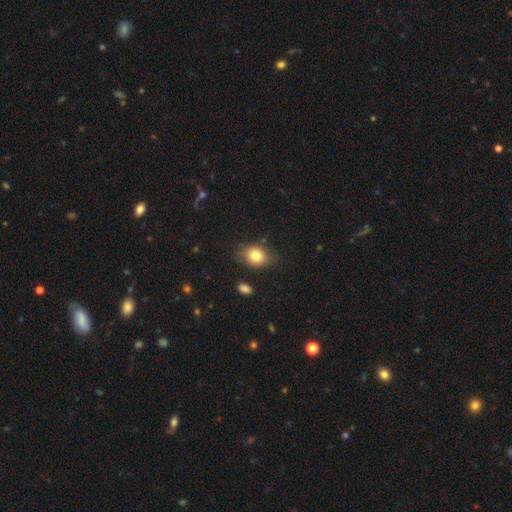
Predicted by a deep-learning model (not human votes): Q: Smooth or featured?
A: smooth (80%); runner-up: featured or disk (10%)
Q: How rounded?
A: in between (58%); runner-up: round (41%)
Q: Merging?
A: none (76%); runner-up: minor disturbance (17%)